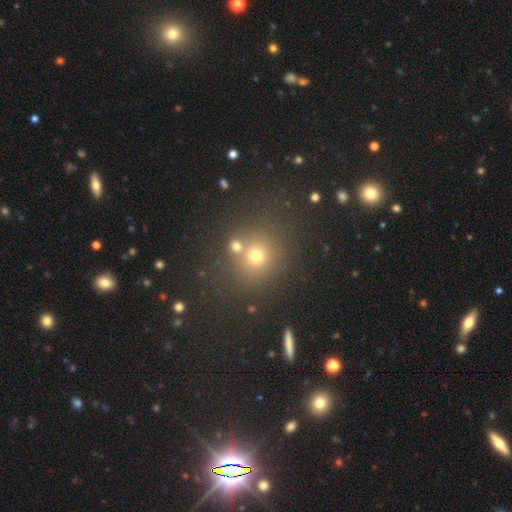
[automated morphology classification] Smooth or featured: smooth — 65% (star or artifact — 24%)
How rounded: round — 83% (in between — 16%)
Merging: none — 71% (merger — 17%)